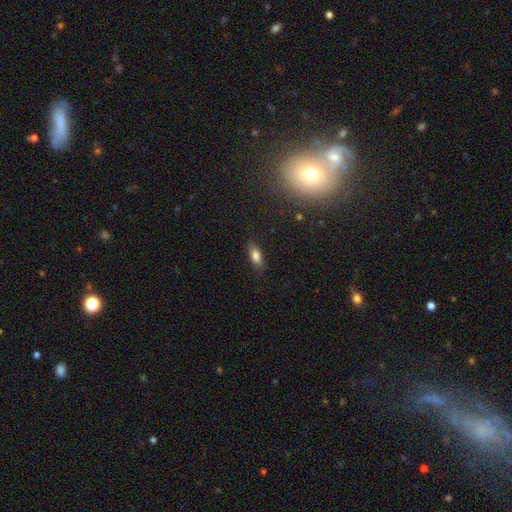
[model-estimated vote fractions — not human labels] This is likely a smooth galaxy (78%). How rounded: likely in between (75%). Merging: likely none (78%).